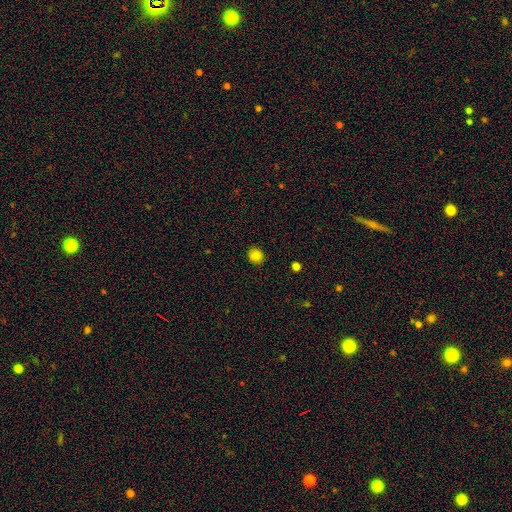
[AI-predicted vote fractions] Smooth or featured: smooth — 84% (star or artifact — 12%)
How rounded: round — 85% (in between — 14%)
Merging: none — 89% (minor disturbance — 7%)